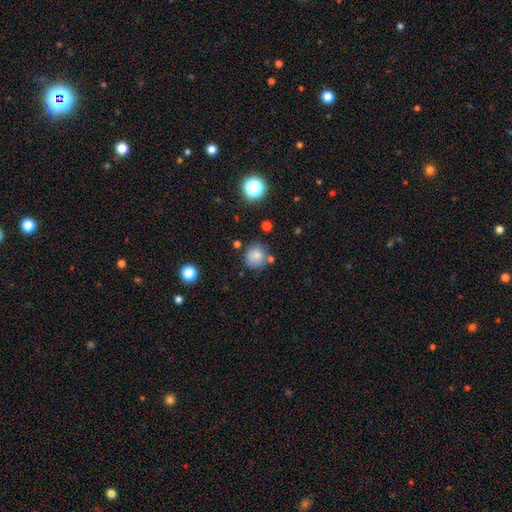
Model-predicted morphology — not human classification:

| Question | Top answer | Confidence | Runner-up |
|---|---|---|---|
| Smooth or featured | smooth | 79% | star or artifact (12%) |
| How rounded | round | 88% | in between (11%) |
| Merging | none | 75% | minor disturbance (14%) |